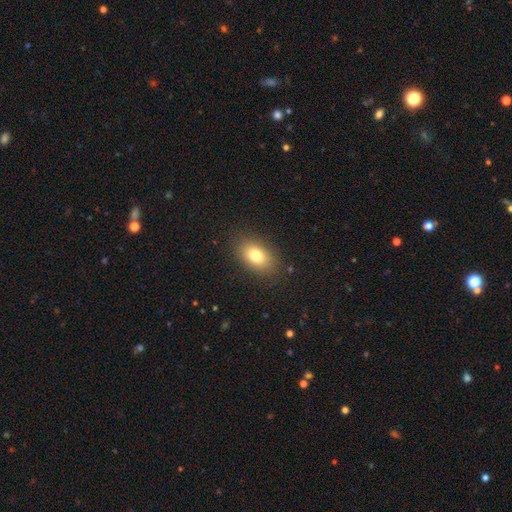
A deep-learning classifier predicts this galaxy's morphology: A smooth galaxy with no disk features (78%) that is in between round and cigar-shaped (85%).

Vote fractions:
- Smooth or featured? smooth: 78% / featured or disk: 12% / star or artifact: 10%
- How rounded? in between: 85% / round: 13% / cigar-shaped: 2%
- Merging? none: 86% / minor disturbance: 10% / major disturbance: 3% / merger: 1%